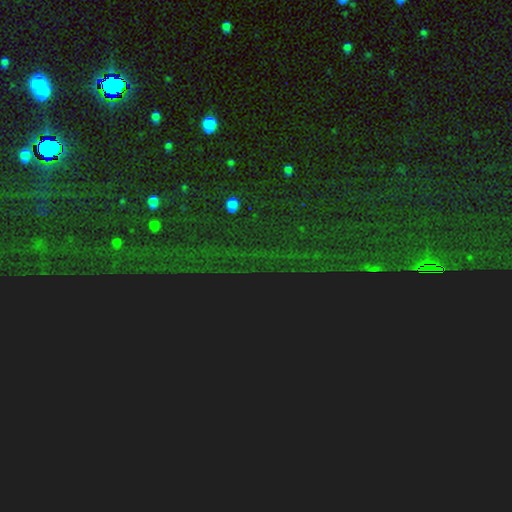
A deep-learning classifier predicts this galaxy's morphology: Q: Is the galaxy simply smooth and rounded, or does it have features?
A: star or artifact — 85%.